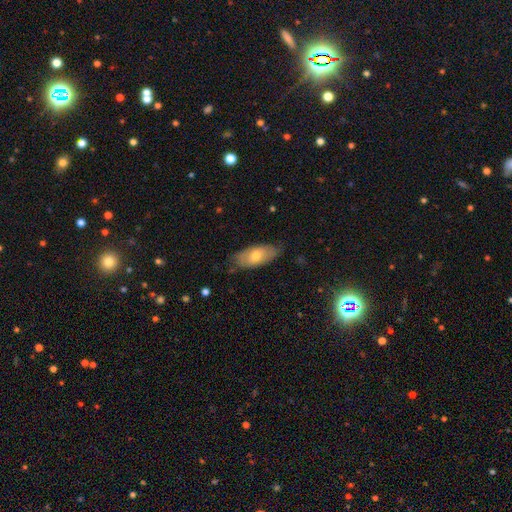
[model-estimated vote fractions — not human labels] A smooth galaxy with no disk features (66%) that is in between round and cigar-shaped (88%). Merging: none (75%).